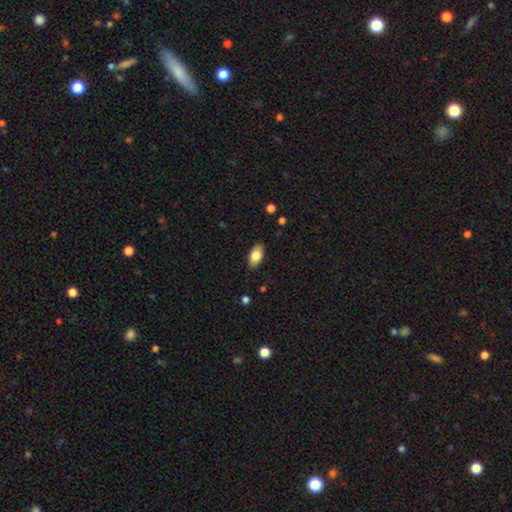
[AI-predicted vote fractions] A smooth galaxy with no disk features (80%) that is in between round and cigar-shaped (91%).

Vote fractions:
- Smooth or featured? smooth: 80% / featured or disk: 13% / star or artifact: 7%
- How rounded? in between: 91% / round: 5% / cigar-shaped: 4%
- Merging? none: 86% / minor disturbance: 11% / major disturbance: 2% / merger: 1%